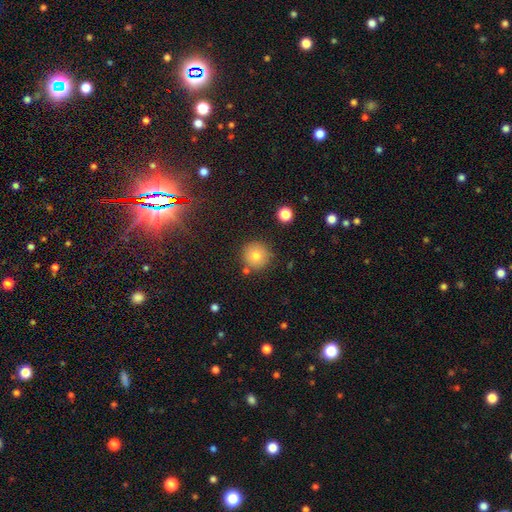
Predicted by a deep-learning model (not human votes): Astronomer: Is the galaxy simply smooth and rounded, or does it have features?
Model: smooth — 78%.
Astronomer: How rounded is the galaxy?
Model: round — 95%.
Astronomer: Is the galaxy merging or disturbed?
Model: none — 84%.